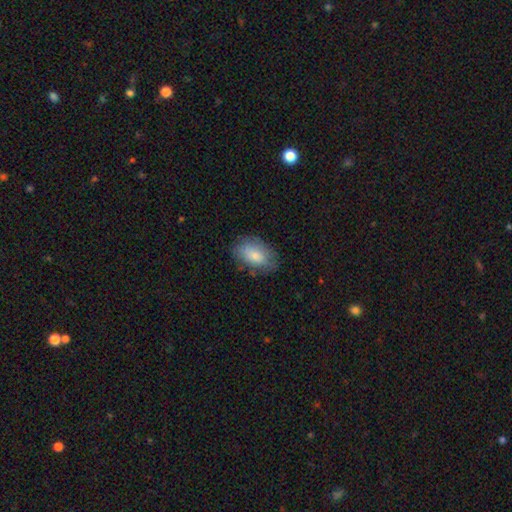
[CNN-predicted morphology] Overall: smooth (79%). How rounded: in between (91%). Merging: none (75%).